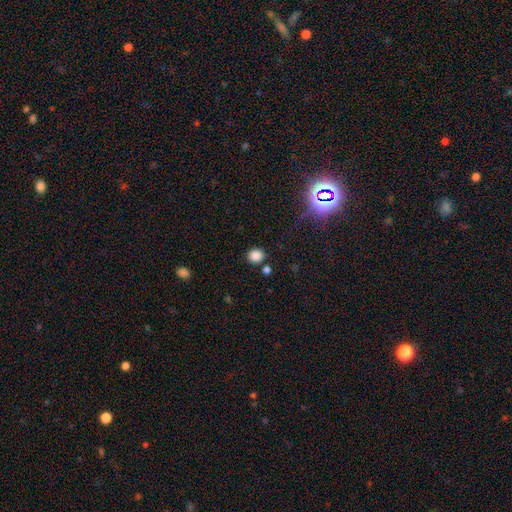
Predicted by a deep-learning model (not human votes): A smooth galaxy with no disk features (82%) that is round (78%).

Vote fractions:
- Smooth or featured? smooth: 82% / star or artifact: 14% / featured or disk: 4%
- How rounded? round: 78% / in between: 21% / cigar-shaped: 1%
- Merging? none: 83% / minor disturbance: 8% / merger: 6% / major disturbance: 3%